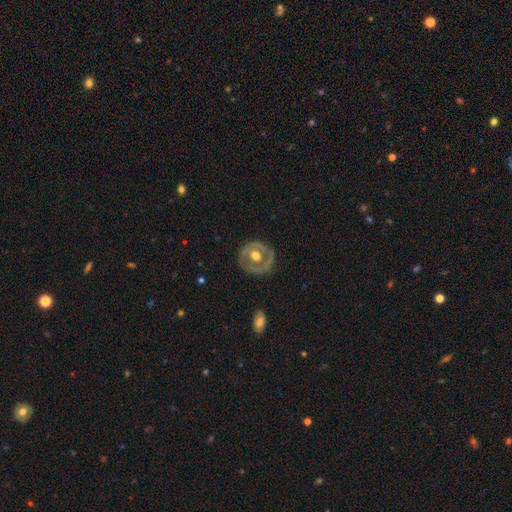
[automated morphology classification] Smooth or featured?
  - featured or disk: 65% *
  - smooth: 31%
  - star or artifact: 5%
Edge-on disk?
  - no: 95% *
  - yes: 5%
Bar?
  - no: 72% *
  - weak: 21%
  - strong: 7%
Spiral arms?
  - no: 74% *
  - yes: 26%
Bulge size?
  - moderate: 70% *
  - large: 21%
  - small: 7%
  - none: 1%
  - dominant: 1%
Merging?
  - none: 78% *
  - minor disturbance: 15%
  - major disturbance: 6%
  - merger: 1%